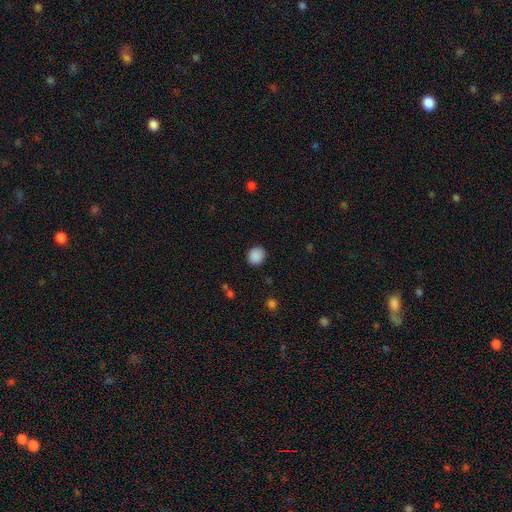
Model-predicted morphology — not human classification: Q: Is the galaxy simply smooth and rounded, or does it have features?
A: smooth — 88%.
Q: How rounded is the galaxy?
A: round — 75%.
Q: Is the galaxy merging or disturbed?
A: none — 87%.